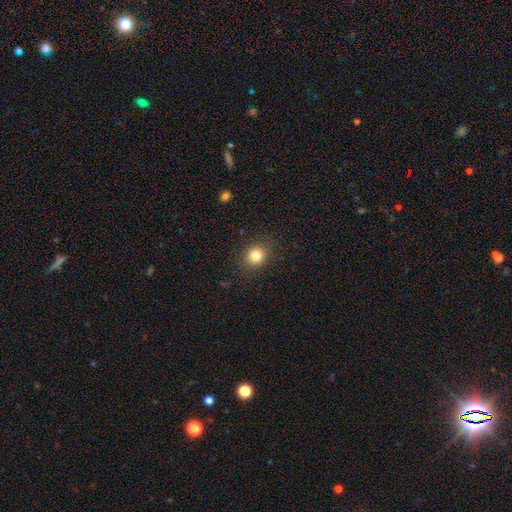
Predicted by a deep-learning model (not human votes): smooth 82%, star or artifact 12%, featured or disk 6%. Down the decision tree: how rounded — round (73%); merging — none (87%).